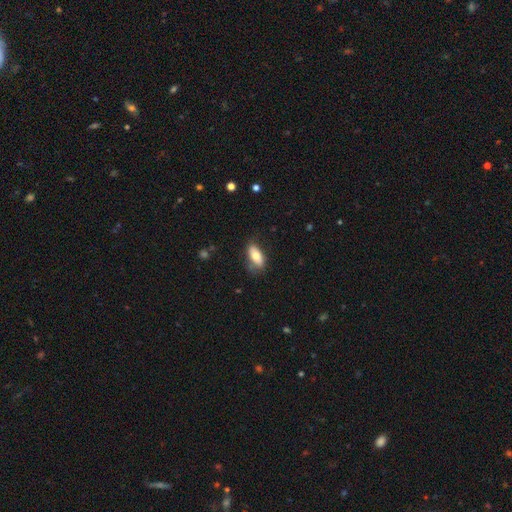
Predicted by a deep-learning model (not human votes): This appears to be a smooth galaxy with no disk features (73%) that is in between round and cigar-shaped (86%). Merging: none (73%).